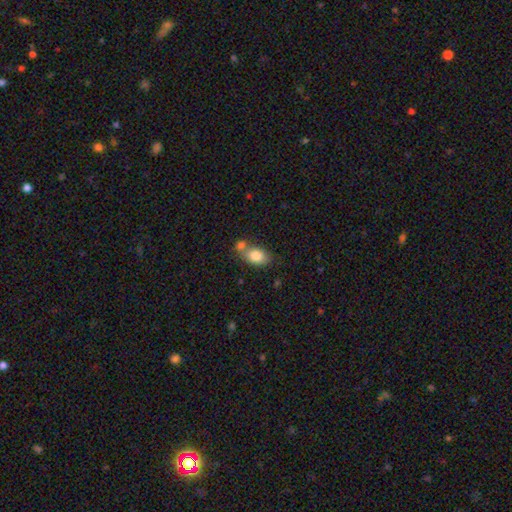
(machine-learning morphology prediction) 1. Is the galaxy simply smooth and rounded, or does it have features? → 82% smooth, 10% featured or disk, 8% star or artifact.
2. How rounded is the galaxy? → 83% in between, 16% round, 2% cigar-shaped.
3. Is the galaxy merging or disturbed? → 47% none, 36% merger, 13% minor disturbance, 4% major disturbance.